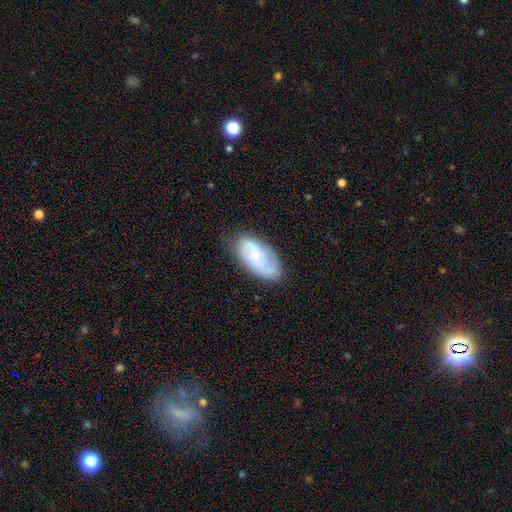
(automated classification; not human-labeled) The model was most divided on "smooth or featured": featured or disk: 56%, smooth: 37%, star or artifact: 7%. More confident: edge-on disk — no (95%); spiral arms — yes (84%); merging — none (71%); bulge size — small (66%); bar — no (64%).